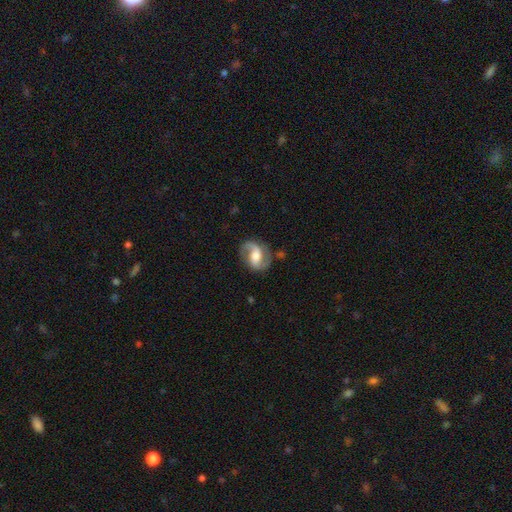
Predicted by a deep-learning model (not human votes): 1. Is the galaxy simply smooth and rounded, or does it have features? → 84% featured or disk, 11% smooth, 5% star or artifact.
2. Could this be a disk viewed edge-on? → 98% no, 2% yes.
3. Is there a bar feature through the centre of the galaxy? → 45% weak, 29% no, 26% strong.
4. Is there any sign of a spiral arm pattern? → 95% yes, 5% no.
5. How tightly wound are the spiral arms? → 49% medium, 34% loose, 16% tight.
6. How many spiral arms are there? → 88% 2, 6% 1, 3% can't tell, 1% 3, 1% 4, 1% more than 4.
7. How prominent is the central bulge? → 60% moderate, 18% small, 17% large, 3% none, 2% dominant.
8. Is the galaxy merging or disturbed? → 77% none, 15% minor disturbance, 6% major disturbance, 2% merger.